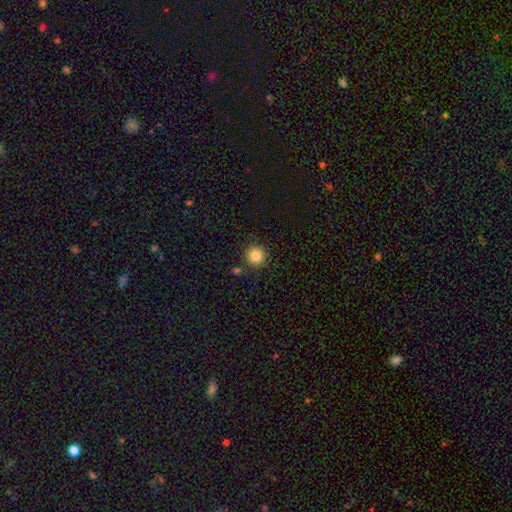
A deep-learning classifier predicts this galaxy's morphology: smooth 86%, star or artifact 10%, featured or disk 4%. Down the decision tree: how rounded — round (95%); merging — none (87%).